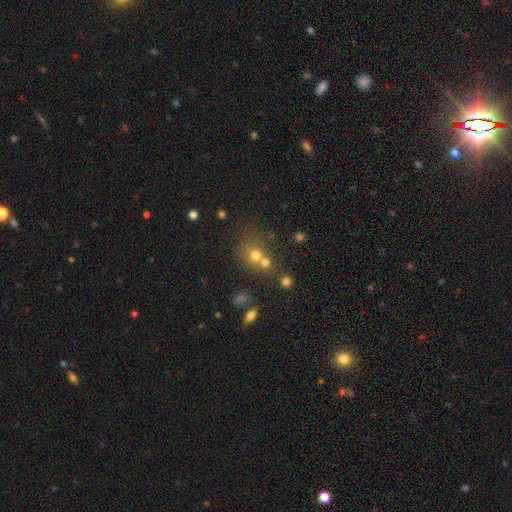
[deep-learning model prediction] smooth_or_featured: smooth (p=0.67) [alt: star or artifact p=0.18]
how_rounded: round (p=0.75) [alt: in between p=0.24]
merging: merger (p=0.45) [alt: none p=0.42]